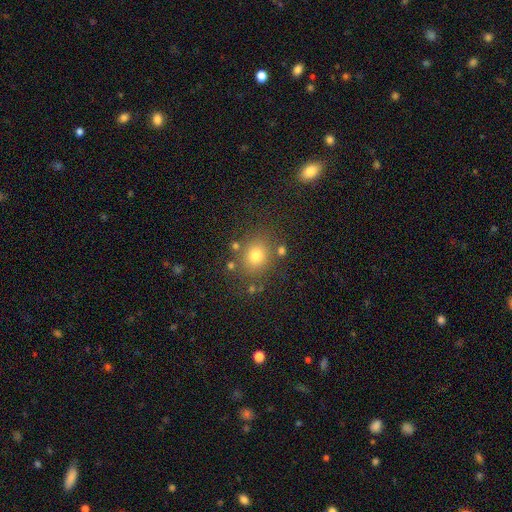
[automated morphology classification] type=smooth (74%); roundness=round (76%); merging=none (79%).